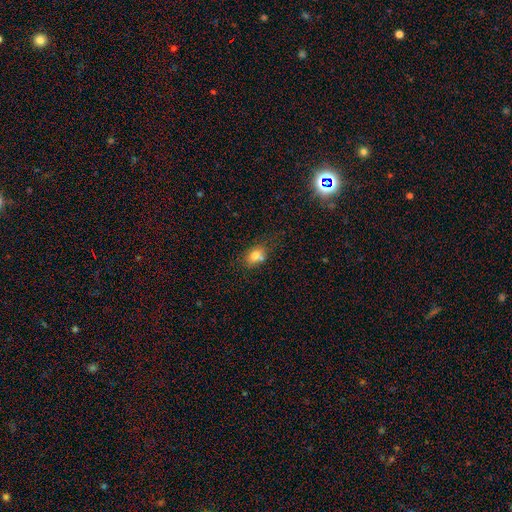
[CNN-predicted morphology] Q: Smooth or featured?
A: smooth (74%); runner-up: featured or disk (14%)
Q: How rounded?
A: in between (66%); runner-up: round (32%)
Q: Merging?
A: none (54%); runner-up: merger (21%)